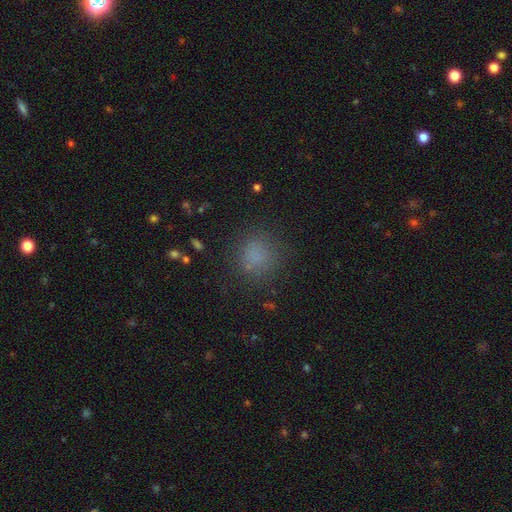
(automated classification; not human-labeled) smooth-or-featured: smooth: 77% | star or artifact: 18% | featured or disk: 6%
  how-rounded: round: 87% | in between: 11% | cigar-shaped: 1%
  merging: none: 82% | minor disturbance: 11% | major disturbance: 5% | merger: 2%